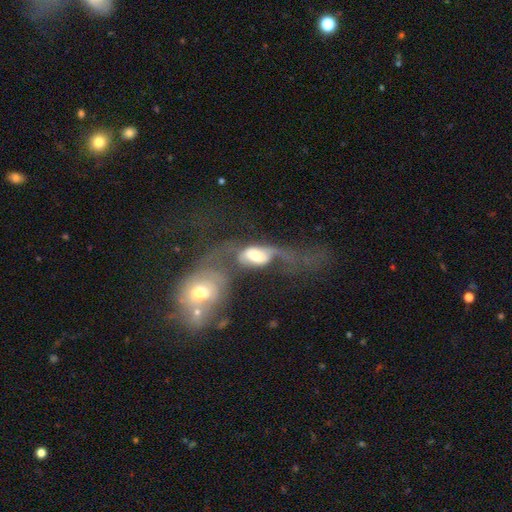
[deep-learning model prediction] featured or disk 57%, smooth 35%, star or artifact 8%. Down the decision tree: edge-on disk — no (91%); bar — no (50%); spiral arms — yes (69%); bulge size — moderate (55%); merging — merger (56%).